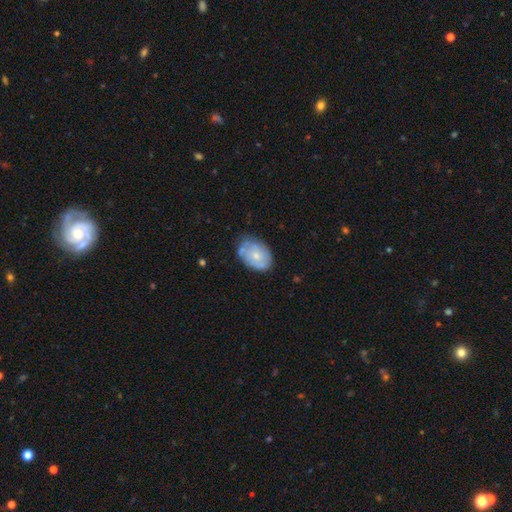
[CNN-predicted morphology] smooth_or_featured: featured or disk (p=0.49) [alt: smooth p=0.44]
merging: none (p=0.61) [alt: minor disturbance p=0.28]